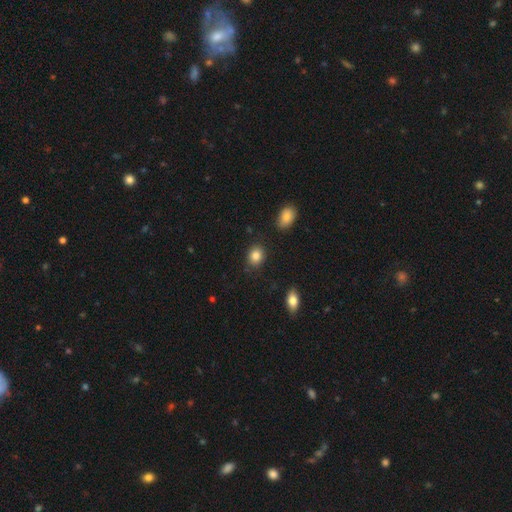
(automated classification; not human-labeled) smooth 87%, star or artifact 9%, featured or disk 5%. Down the decision tree: how rounded — round (54%); merging — none (85%).